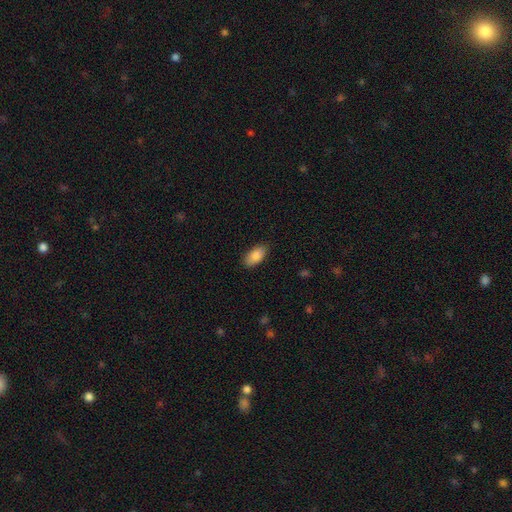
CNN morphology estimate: Smooth or featured? smooth (86%)
How rounded? in between (91%)
Merging? none (85%)